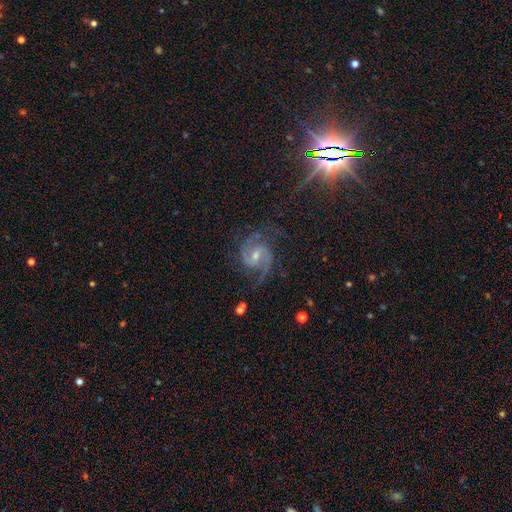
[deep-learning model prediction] Smooth or featured?
  - featured or disk: 86% *
  - star or artifact: 10%
  - smooth: 4%
Edge-on disk?
  - no: 98% *
  - yes: 2%
Bar?
  - weak: 48% *
  - no: 32%
  - strong: 20%
Spiral arms?
  - yes: 98% *
  - no: 2%
Spiral winding?
  - medium: 60% *
  - tight: 25%
  - loose: 15%
Spiral arm count?
  - 2: 89% *
  - 3: 4%
  - can't tell: 3%
  - 1: 2%
  - 4: 1%
  - more than 4: 1%
Bulge size?
  - small: 52% *
  - moderate: 43%
  - none: 2%
  - large: 2%
  - dominant: 1%
Merging?
  - none: 76% *
  - minor disturbance: 15%
  - major disturbance: 7%
  - merger: 2%